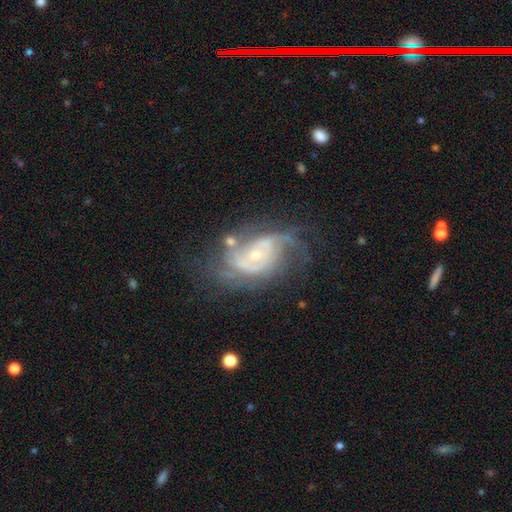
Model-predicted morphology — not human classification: This is clearly a featured or disk galaxy (83%). It is clearly not viewed edge-on (97%). Bar: likely no (61%). Spiral arm pattern: clearly yes (90%). Spiral arm count: marginally 2 (40%). Spiral winding: marginally medium (42%). Central bulge: likely small (68%). Merging: possibly none (51%).